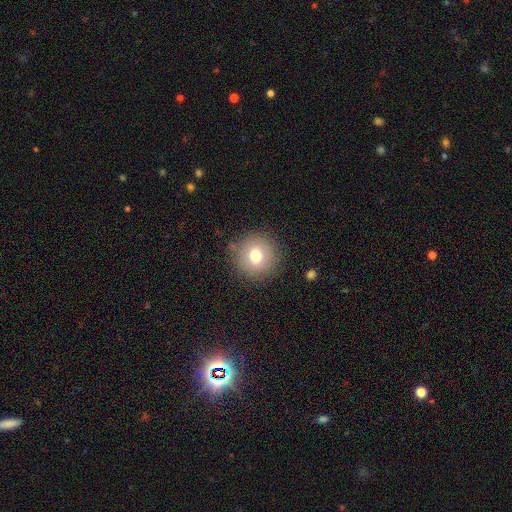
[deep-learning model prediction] Smooth or featured: smooth — 75% (featured or disk — 14%)
How rounded: round — 94% (in between — 5%)
Merging: none — 88% (minor disturbance — 8%)